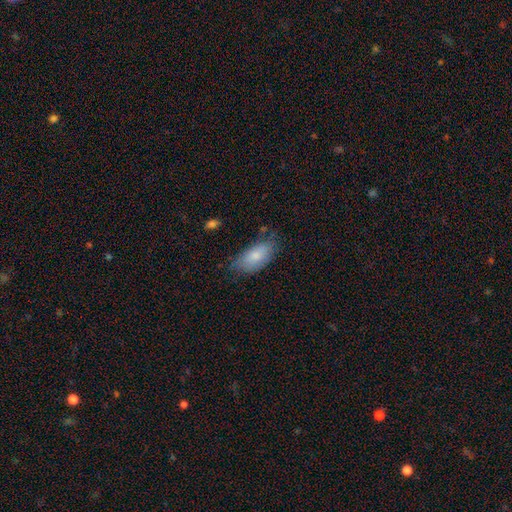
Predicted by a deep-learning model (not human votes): Smooth or featured?
  - smooth: 80% *
  - featured or disk: 13%
  - star or artifact: 7%
How rounded?
  - in between: 91% *
  - cigar-shaped: 6%
  - round: 3%
Merging?
  - none: 66% *
  - minor disturbance: 26%
  - major disturbance: 6%
  - merger: 2%